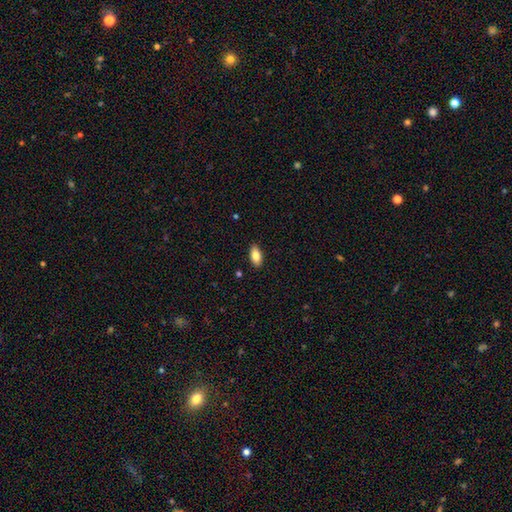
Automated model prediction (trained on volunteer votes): smooth_or_featured: smooth (p=0.83) [alt: featured or disk p=0.10]
how_rounded: in between (p=0.90) [alt: cigar-shaped p=0.07]
merging: none (p=0.89) [alt: minor disturbance p=0.08]